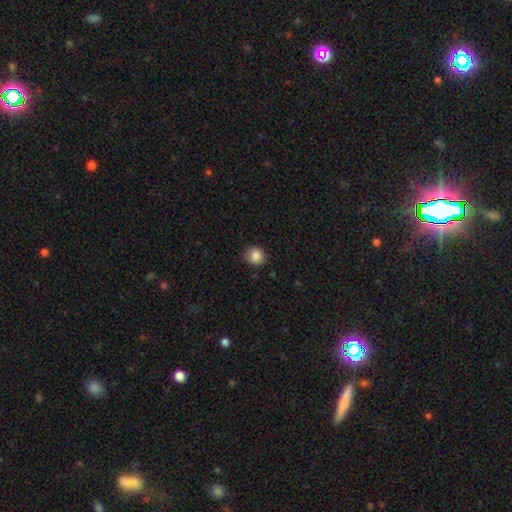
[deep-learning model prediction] Q: Smooth or featured?
A: smooth (87%); runner-up: star or artifact (10%)
Q: How rounded?
A: round (82%); runner-up: in between (17%)
Q: Merging?
A: none (85%); runner-up: minor disturbance (11%)